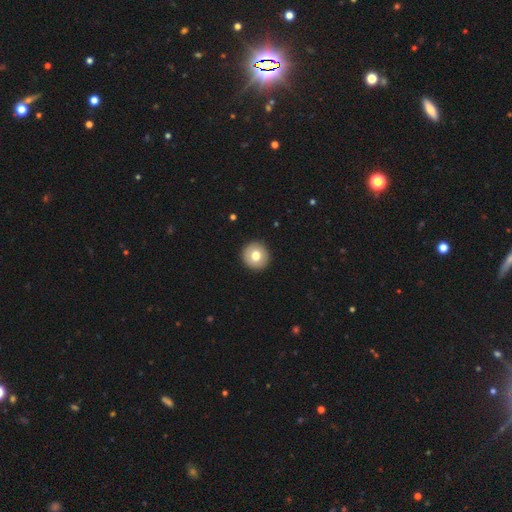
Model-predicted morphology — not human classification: Overall: smooth (75%). How rounded: round (95%). Merging: none (93%).